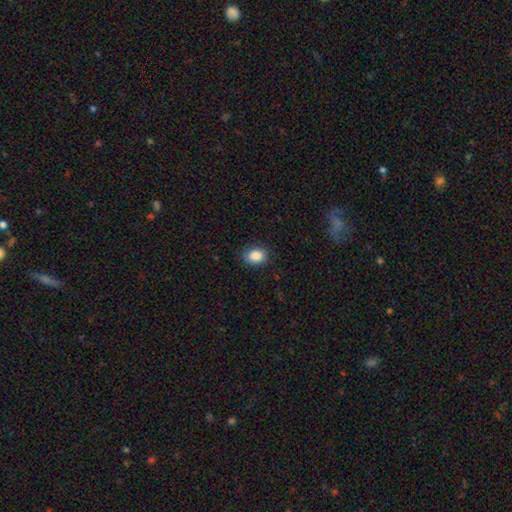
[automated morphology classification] smooth_or_featured: smooth (p=0.85) [alt: star or artifact p=0.09]
how_rounded: in between (p=0.62) [alt: round p=0.37]
merging: none (p=0.81) [alt: minor disturbance p=0.14]